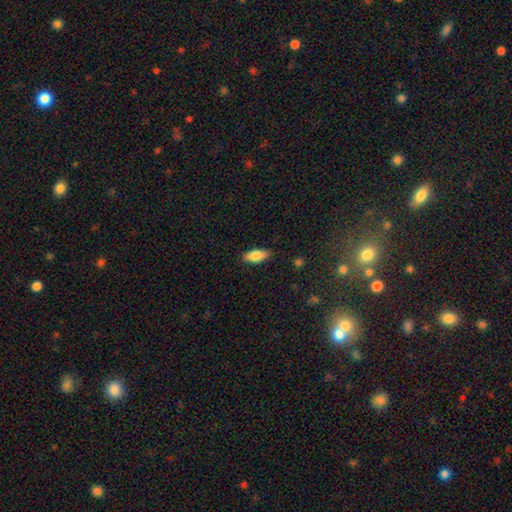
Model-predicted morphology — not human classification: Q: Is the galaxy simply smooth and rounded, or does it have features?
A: smooth — 79%.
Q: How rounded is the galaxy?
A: in between — 79%.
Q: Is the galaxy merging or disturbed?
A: none — 83%.